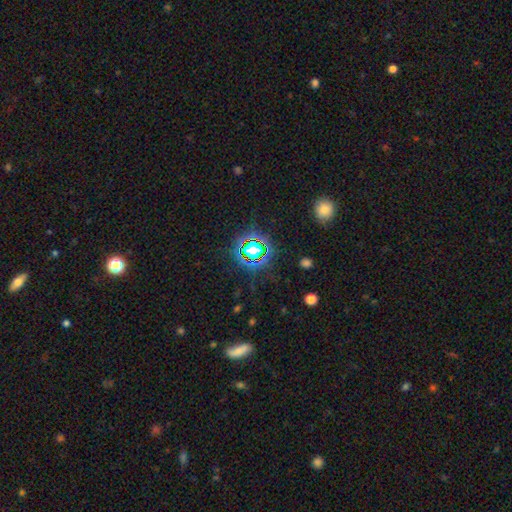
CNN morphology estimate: Overall: star or artifact (69%).